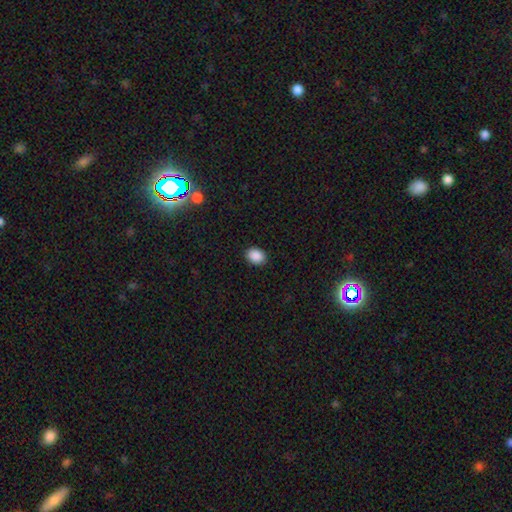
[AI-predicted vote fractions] smooth_or_featured: smooth (p=0.89) [alt: star or artifact p=0.08]
how_rounded: in between (p=0.65) [alt: round p=0.34]
merging: none (p=0.89) [alt: minor disturbance p=0.08]